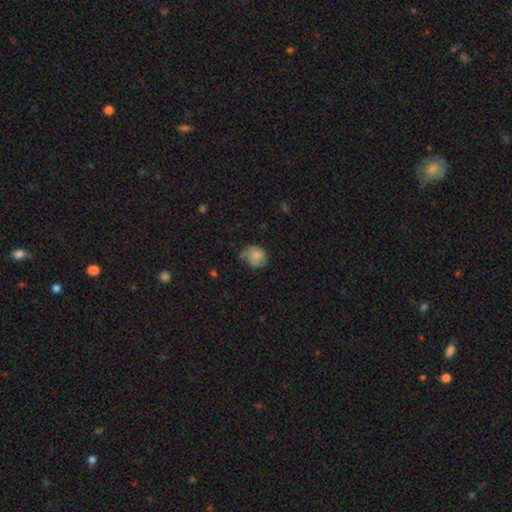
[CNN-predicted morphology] Smooth or featured?
  - smooth: 74% *
  - featured or disk: 17%
  - star or artifact: 9%
How rounded?
  - round: 72% *
  - in between: 27%
  - cigar-shaped: 1%
Merging?
  - none: 47% *
  - minor disturbance: 35%
  - major disturbance: 15%
  - merger: 3%